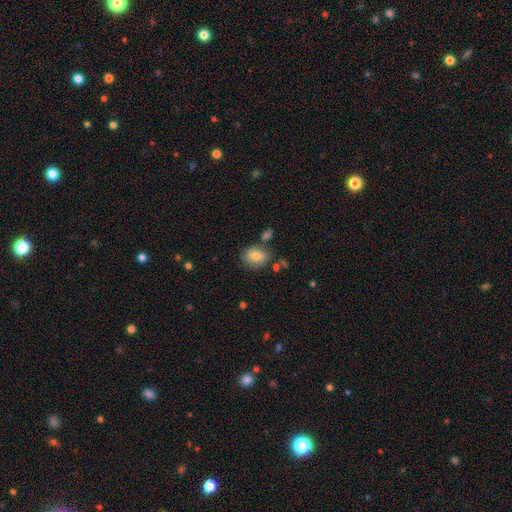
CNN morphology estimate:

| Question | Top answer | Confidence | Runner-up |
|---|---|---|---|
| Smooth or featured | smooth | 79% | featured or disk (12%) |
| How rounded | in between | 52% | round (47%) |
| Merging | none | 68% | minor disturbance (17%) |